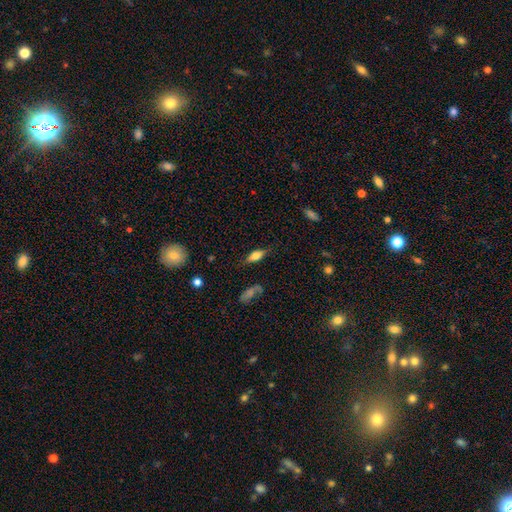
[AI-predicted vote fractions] The model was most divided on "smooth or featured": smooth: 66%, featured or disk: 26%, star or artifact: 8%. More confident: merging — none (78%); how rounded — in between (74%).